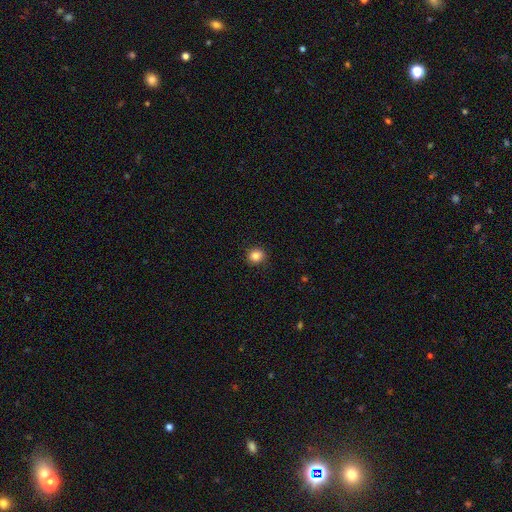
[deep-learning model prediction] Overall: smooth (84%). How rounded: round (81%). Merging: none (90%).